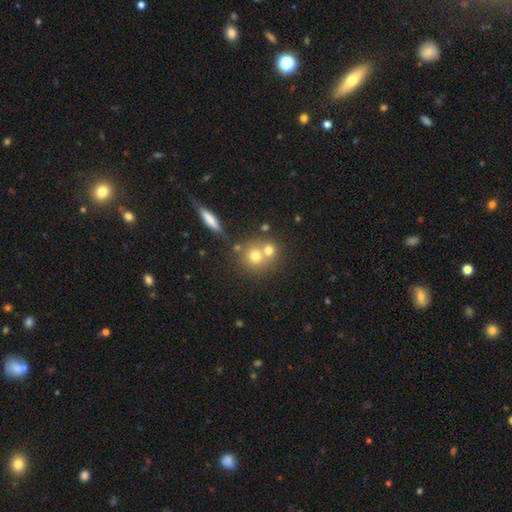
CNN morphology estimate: smooth_or_featured: smooth (p=0.67) [alt: featured or disk p=0.19]
how_rounded: round (p=0.85) [alt: in between p=0.13]
merging: merger (p=0.47) [alt: none p=0.42]